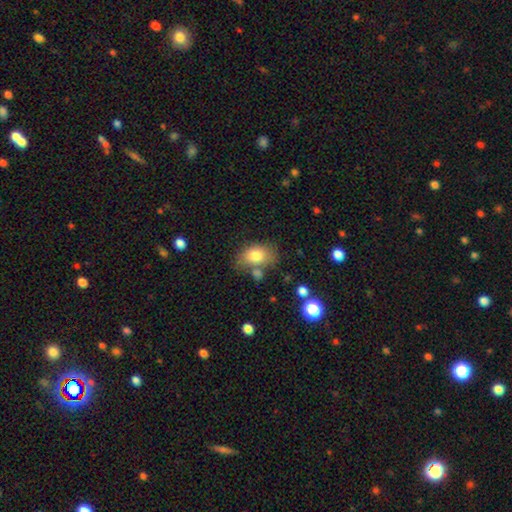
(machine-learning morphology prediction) smooth_or_featured: smooth (p=0.78) [alt: featured or disk p=0.13]
how_rounded: in between (p=0.80) [alt: round p=0.18]
merging: none (p=0.58) [alt: minor disturbance p=0.20]